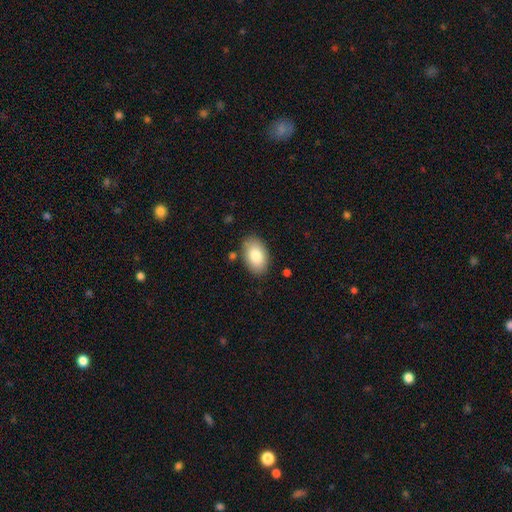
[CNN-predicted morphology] smooth-or-featured: smooth: 84% | featured or disk: 10% | star or artifact: 7%
  how-rounded: in between: 93% | round: 6% | cigar-shaped: 1%
  merging: none: 83% | minor disturbance: 12% | major disturbance: 3% | merger: 2%